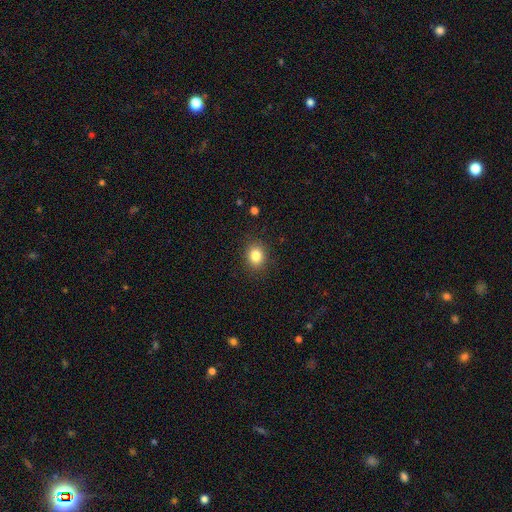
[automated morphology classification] A smooth galaxy with no disk features (83%) that is round (62%).

Vote fractions:
- Smooth or featured? smooth: 83% / star or artifact: 11% / featured or disk: 6%
- How rounded? round: 62% / in between: 37% / cigar-shaped: 1%
- Merging? none: 88% / minor disturbance: 8% / major disturbance: 3% / merger: 1%